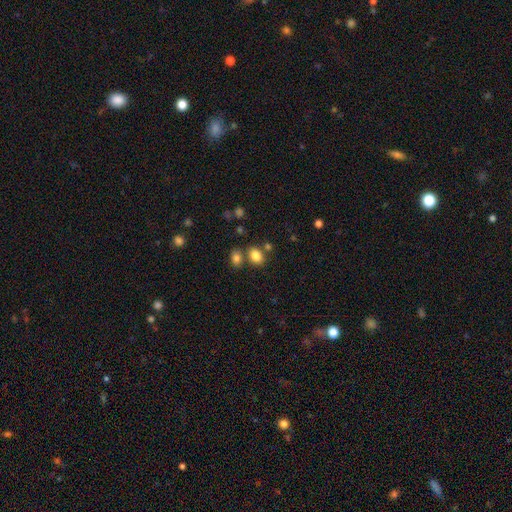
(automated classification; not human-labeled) Smooth or featured? smooth (83%)
How rounded? in between (67%)
Merging? none (65%)